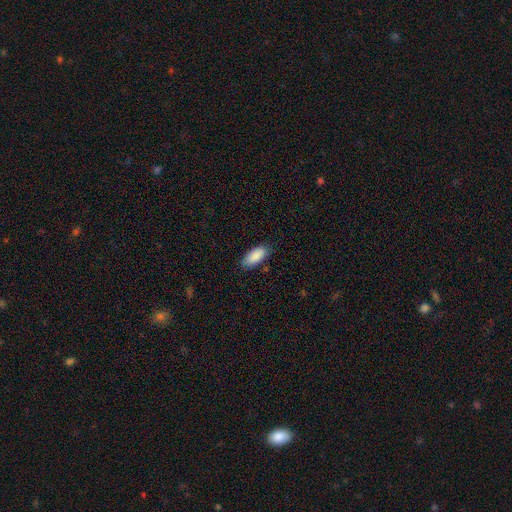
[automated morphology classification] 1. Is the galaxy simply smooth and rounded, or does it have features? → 89% smooth, 6% star or artifact, 4% featured or disk.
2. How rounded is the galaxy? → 87% in between, 12% cigar-shaped, 2% round.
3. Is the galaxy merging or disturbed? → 80% none, 16% minor disturbance, 3% major disturbance, 1% merger.